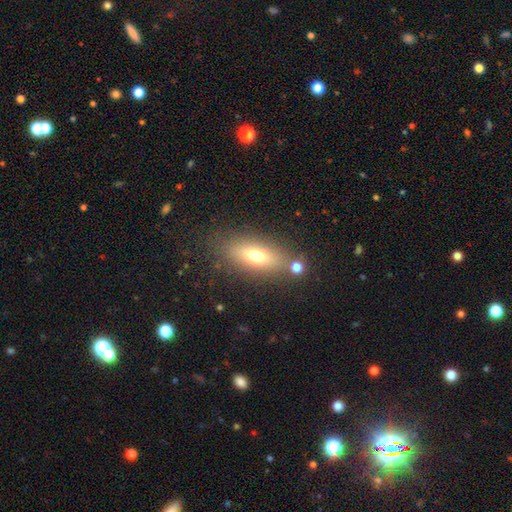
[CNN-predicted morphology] This appears to be a smooth galaxy with no disk features (66%) that is in between round and cigar-shaped (66%). Merging: none (76%).